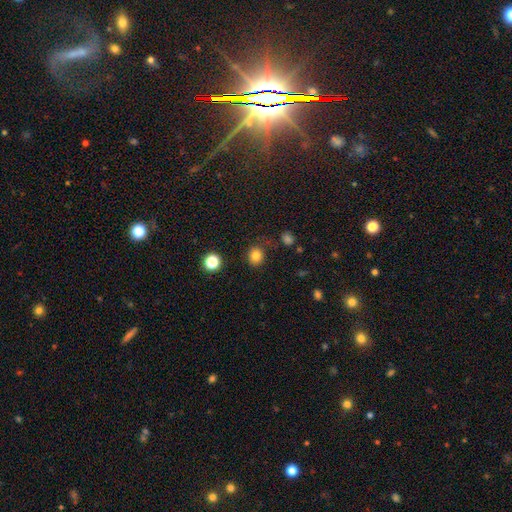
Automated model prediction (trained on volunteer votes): A smooth galaxy with no disk features (81%) that is round (82%).

Vote fractions:
- Smooth or featured? smooth: 81% / star or artifact: 13% / featured or disk: 5%
- How rounded? round: 82% / in between: 17% / cigar-shaped: 1%
- Merging? none: 82% / minor disturbance: 12% / major disturbance: 4% / merger: 2%